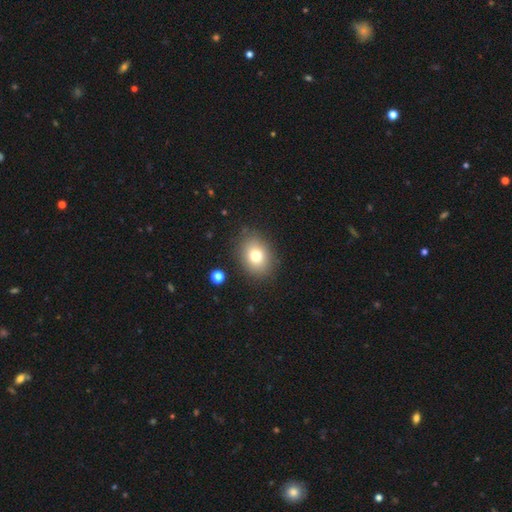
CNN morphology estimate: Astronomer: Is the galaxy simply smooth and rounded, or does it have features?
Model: smooth — 77%.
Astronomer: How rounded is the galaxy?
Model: in between — 59% (runner-up: round, 40%).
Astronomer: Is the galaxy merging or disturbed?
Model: none — 84%.